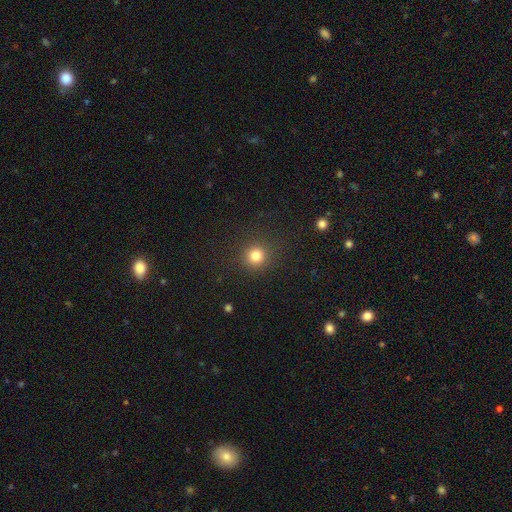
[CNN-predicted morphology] smooth 82%, star or artifact 13%, featured or disk 5%. Down the decision tree: how rounded — round (94%); merging — none (90%).